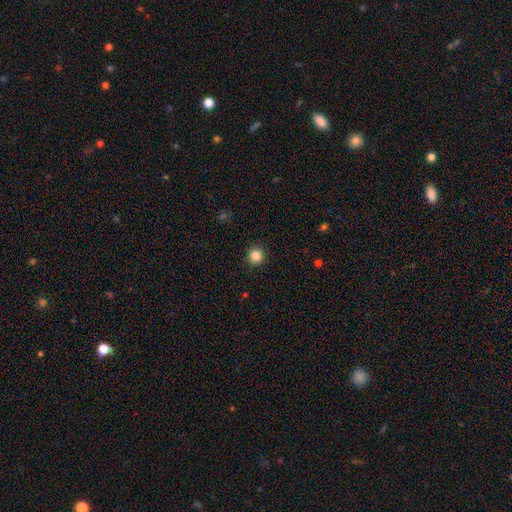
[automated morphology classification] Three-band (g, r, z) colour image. It shows a smooth galaxy with no disk features (85%) that is round (95%). Merging: none (92%).